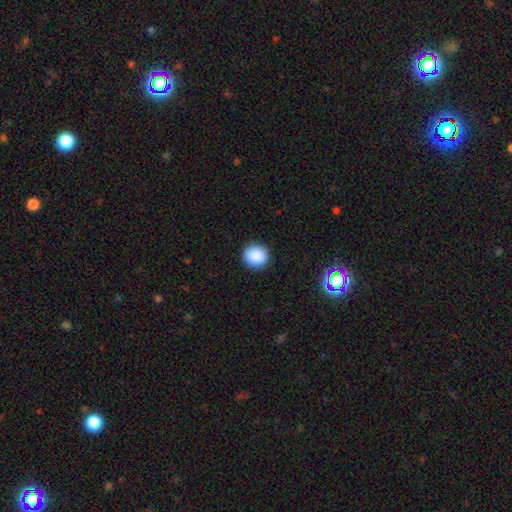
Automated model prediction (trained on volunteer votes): Smooth or featured? Predicted: smooth (p=0.88). How rounded? Predicted: round (p=0.89). Merging? Predicted: none (p=0.92).